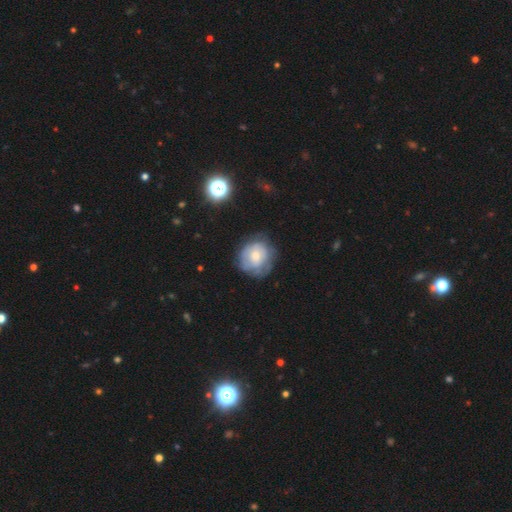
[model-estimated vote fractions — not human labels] Smooth or featured: featured or disk — 47% (smooth — 45%)
Merging: none — 62% (minor disturbance — 25%)